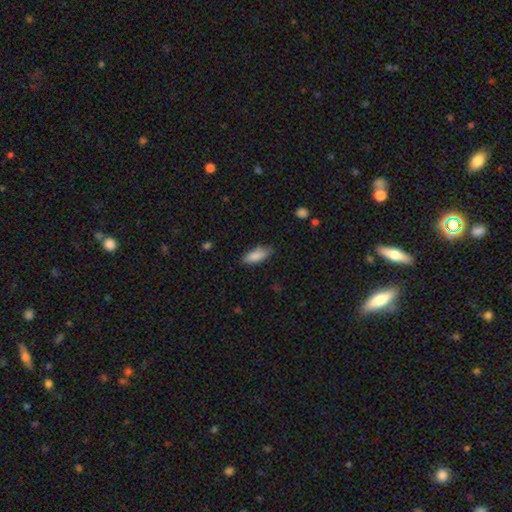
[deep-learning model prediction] Overall: smooth (87%). How rounded: in between (74%). Merging: none (77%).